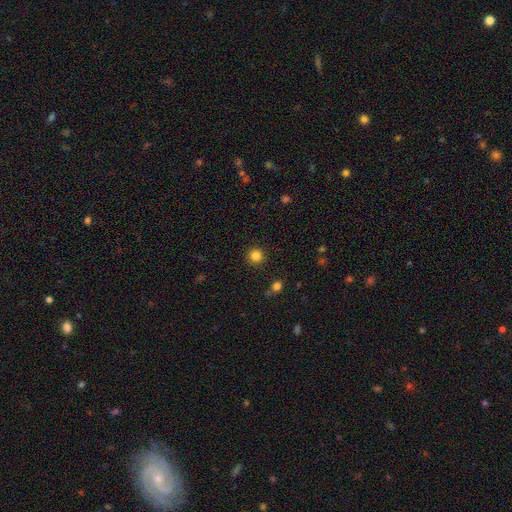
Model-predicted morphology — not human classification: smooth_or_featured: smooth (p=0.84) [alt: star or artifact p=0.12]
how_rounded: round (p=0.95) [alt: in between p=0.04]
merging: none (p=0.91) [alt: minor disturbance p=0.05]